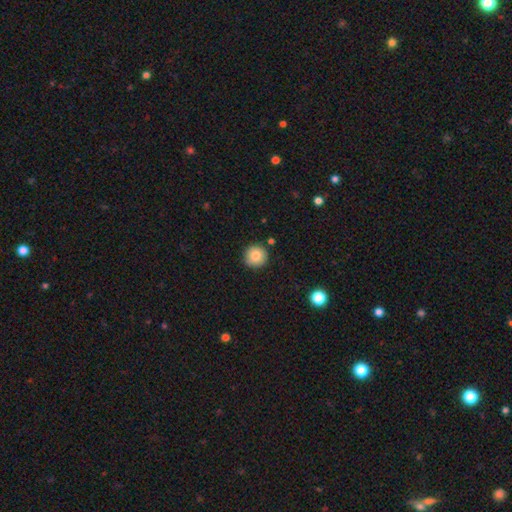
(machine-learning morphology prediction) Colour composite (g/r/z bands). It shows a smooth galaxy with no disk features (84%) that is round (95%). Merging: none (88%).